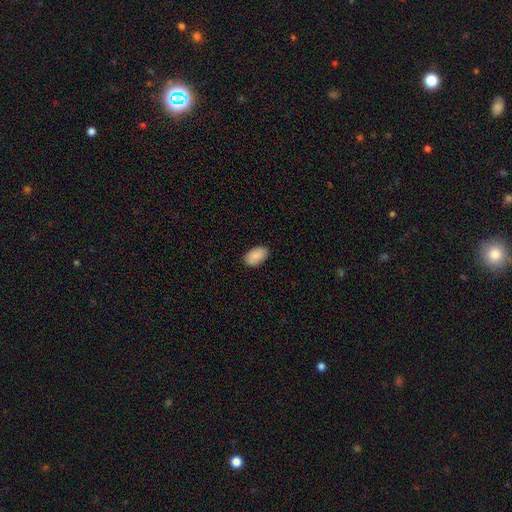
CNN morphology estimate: Overall: smooth (90%). How rounded: in between (94%). Merging: none (88%).